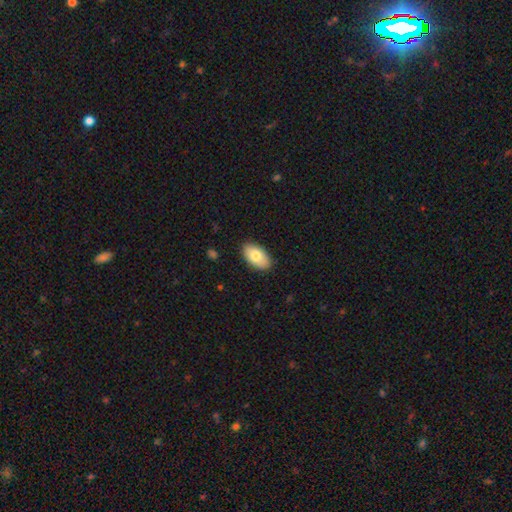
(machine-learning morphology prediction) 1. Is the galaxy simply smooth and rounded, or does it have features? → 79% smooth, 15% featured or disk, 6% star or artifact.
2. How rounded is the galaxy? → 94% in between, 4% round, 2% cigar-shaped.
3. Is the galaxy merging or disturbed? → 88% none, 9% minor disturbance, 2% major disturbance, 1% merger.